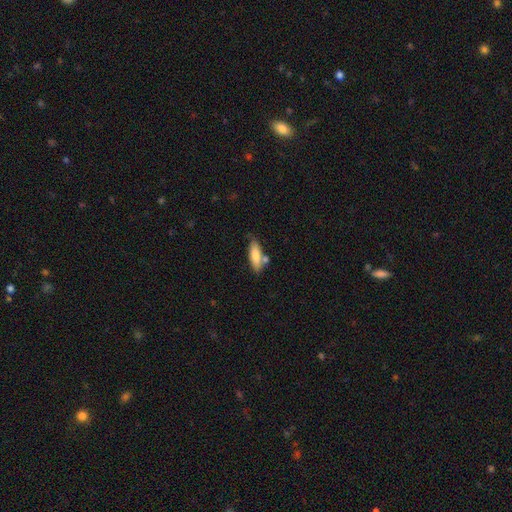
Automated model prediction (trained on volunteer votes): Smooth or featured: smooth — 77% (featured or disk — 16%)
How rounded: in between — 59% (cigar-shaped — 39%)
Merging: none — 60% (minor disturbance — 19%)